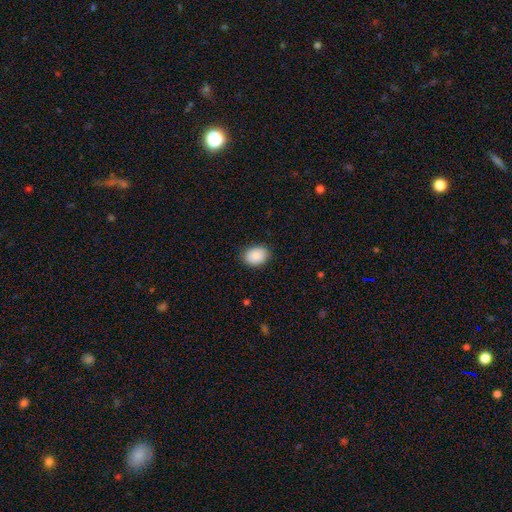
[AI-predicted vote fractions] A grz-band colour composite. It shows a smooth galaxy with no disk features (89%) that is in between round and cigar-shaped (62%). Merging: none (86%).